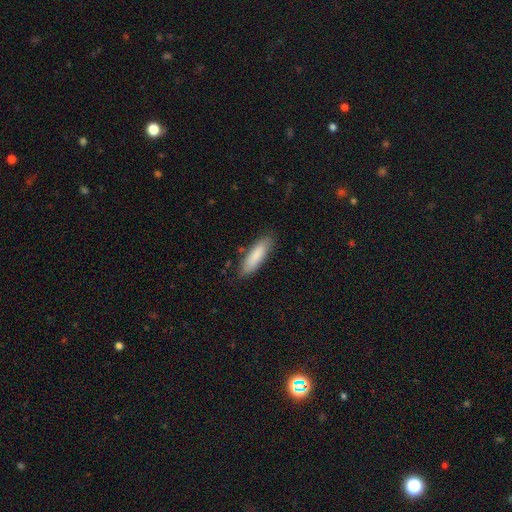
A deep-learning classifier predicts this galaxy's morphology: A smooth galaxy with no disk features (84%) that is cigar-shaped (56%). Merging: none (82%).